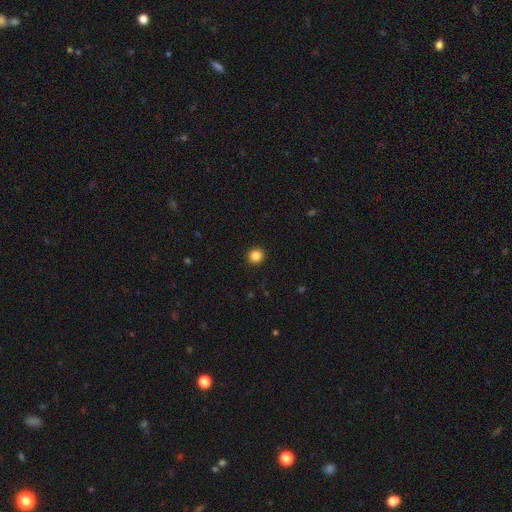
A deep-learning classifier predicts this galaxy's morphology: Smooth or featured: smooth — 85% (star or artifact — 11%)
How rounded: round — 90% (in between — 9%)
Merging: none — 93% (minor disturbance — 5%)